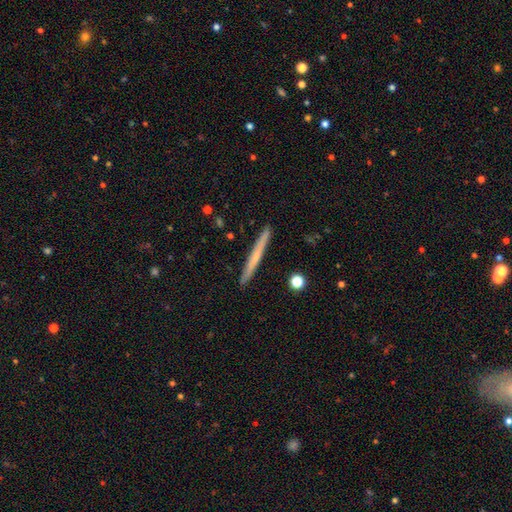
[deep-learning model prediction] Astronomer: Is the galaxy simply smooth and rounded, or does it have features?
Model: smooth — 51% (runner-up: featured or disk, 42%).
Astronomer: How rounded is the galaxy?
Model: cigar-shaped — 97%.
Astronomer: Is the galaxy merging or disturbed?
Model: none — 92%.